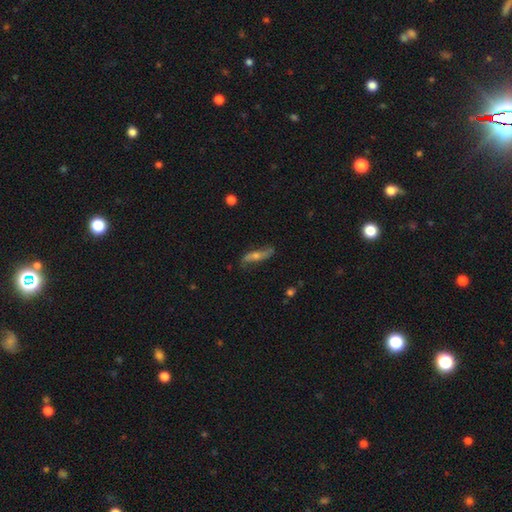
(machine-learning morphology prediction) featured or disk 63%, smooth 29%, star or artifact 8%. Down the decision tree: edge-on disk — no (60%); merging — none (72%).